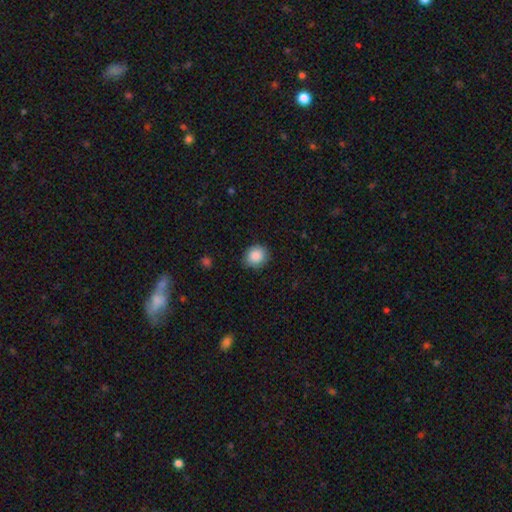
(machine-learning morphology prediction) A smooth galaxy with no disk features (87%) that is round (76%). Merging: none (86%).